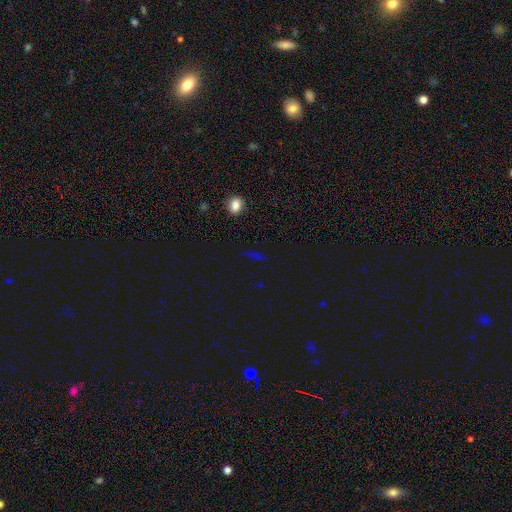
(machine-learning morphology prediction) This appears to be a star or artifact, not a galaxy (51%).